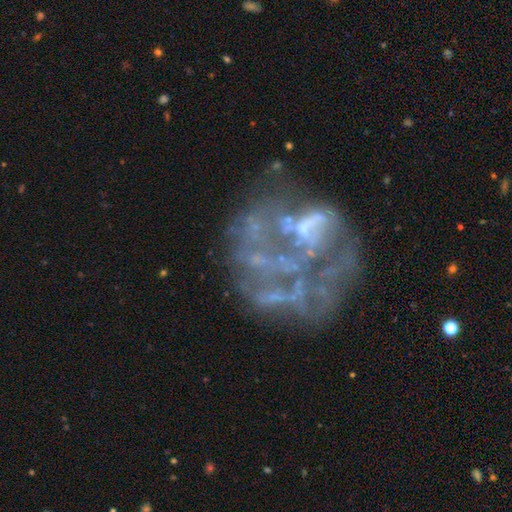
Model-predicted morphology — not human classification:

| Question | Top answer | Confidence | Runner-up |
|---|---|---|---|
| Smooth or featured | featured or disk | 71% | star or artifact (17%) |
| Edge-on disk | no | 98% | yes (2%) |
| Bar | no | 84% | weak (11%) |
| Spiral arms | no | 82% | yes (18%) |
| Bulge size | none | 71% | small (16%) |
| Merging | major disturbance | 43% | none (26%) |